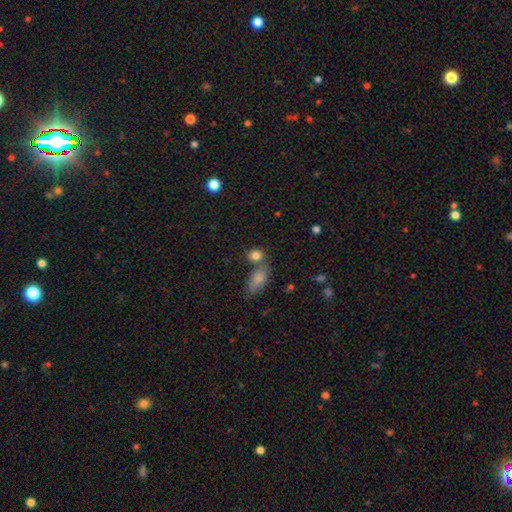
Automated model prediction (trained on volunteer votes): Q: Smooth or featured?
A: smooth (83%); runner-up: star or artifact (10%)
Q: How rounded?
A: in between (60%); runner-up: round (37%)
Q: Merging?
A: none (55%); runner-up: merger (28%)